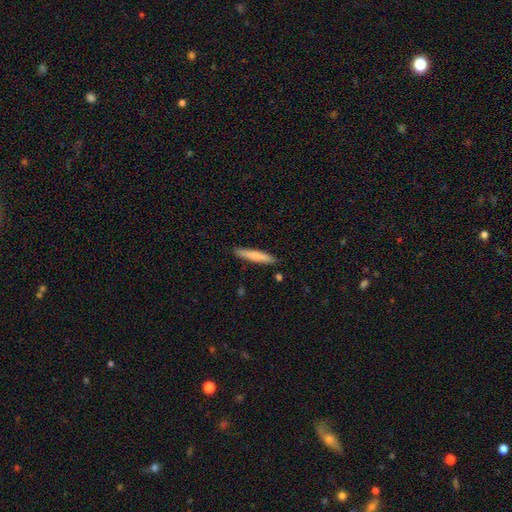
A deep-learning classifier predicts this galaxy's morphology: Smooth or featured: smooth — 73% (featured or disk — 21%)
How rounded: cigar-shaped — 92% (in between — 7%)
Merging: none — 88% (minor disturbance — 9%)